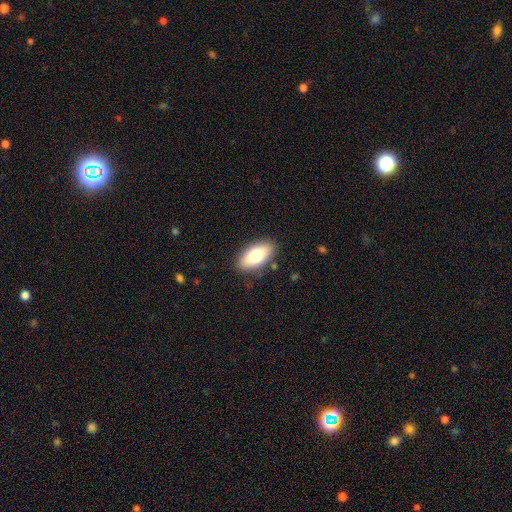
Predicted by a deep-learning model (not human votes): This is likely a smooth galaxy (78%). How rounded: clearly in between (90%). Merging: clearly none (86%).